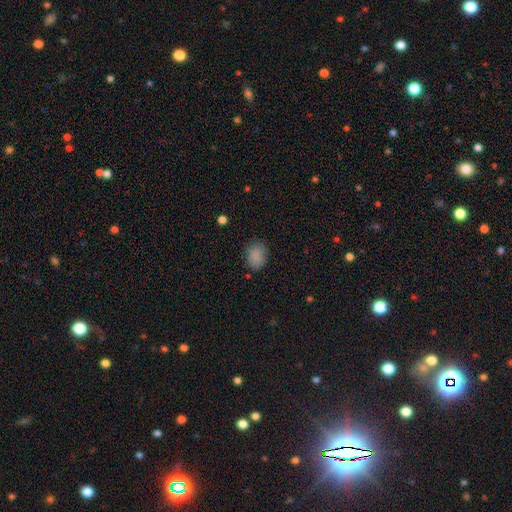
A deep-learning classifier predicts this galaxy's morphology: type=smooth (86%); roundness=in between (67%); merging=none (81%).